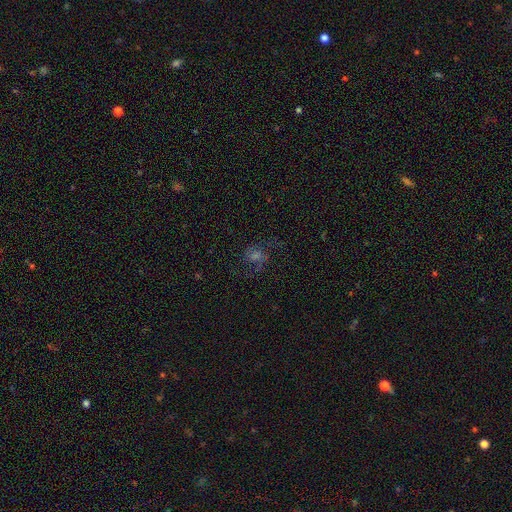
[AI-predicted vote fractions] Overall: featured or disk (57%; star or artifact 22%). Edge-on disk: no (97%). Bar: no (52%; weak 39%). Spiral arms: yes (90%). Spiral arm count: 2 (81%). Spiral winding: medium (48%; loose 37%). Bulge size: moderate (42%; small 36%). Merging: none (70%).